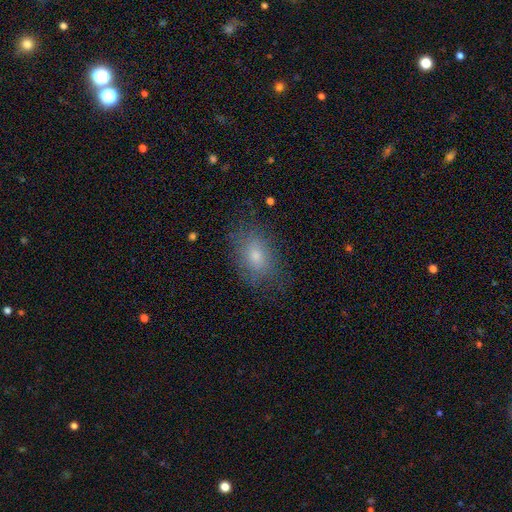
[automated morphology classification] Smooth or featured?
  - smooth: 70% *
  - featured or disk: 19%
  - star or artifact: 11%
How rounded?
  - in between: 82% *
  - round: 16%
  - cigar-shaped: 2%
Merging?
  - none: 73% *
  - minor disturbance: 18%
  - major disturbance: 8%
  - merger: 1%